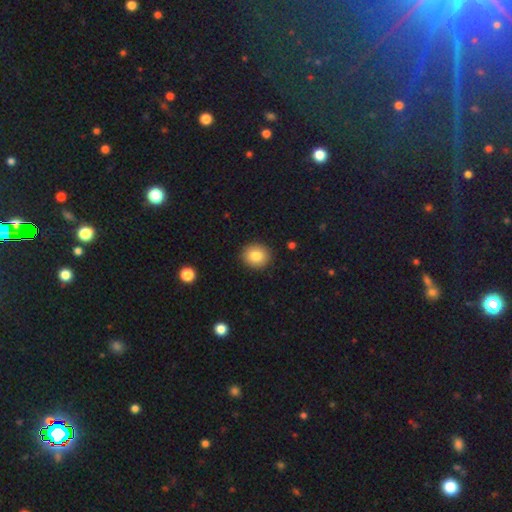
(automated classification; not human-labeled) This is clearly a smooth galaxy (83%). How rounded: clearly round (81%). Merging: clearly none (90%).